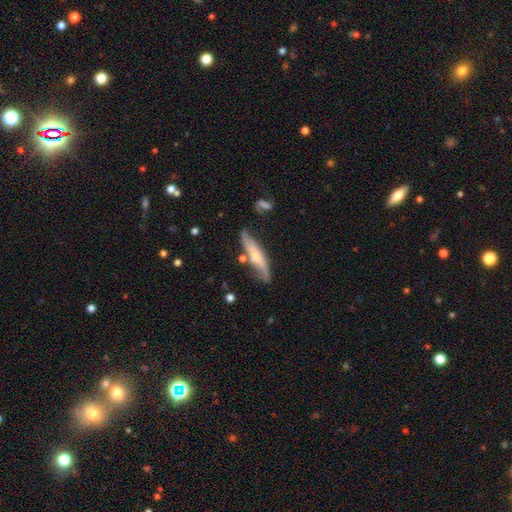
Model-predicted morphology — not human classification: Smooth or featured?
  - featured or disk: 57% *
  - smooth: 37%
  - star or artifact: 6%
Edge-on disk?
  - yes: 53% *
  - no: 47%
Merging?
  - none: 62% *
  - minor disturbance: 24%
  - merger: 8%
  - major disturbance: 7%